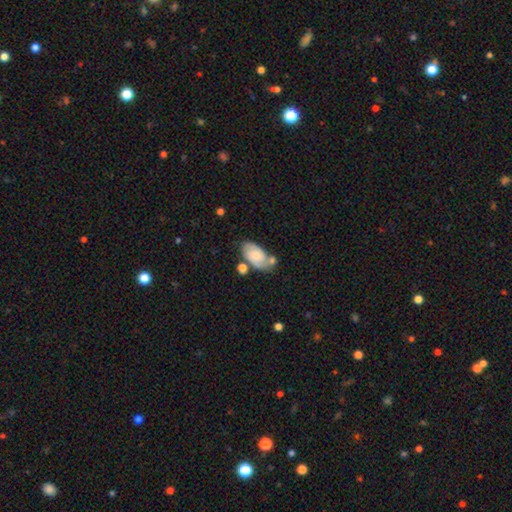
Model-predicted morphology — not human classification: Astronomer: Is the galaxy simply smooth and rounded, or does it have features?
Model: featured or disk — 54% (runner-up: smooth, 39%).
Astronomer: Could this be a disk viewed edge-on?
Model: no — 95%.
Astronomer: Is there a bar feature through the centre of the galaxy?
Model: no — 75%.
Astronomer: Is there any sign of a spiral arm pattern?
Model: yes — 83%.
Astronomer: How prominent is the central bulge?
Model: small — 54% (runner-up: moderate, 36%).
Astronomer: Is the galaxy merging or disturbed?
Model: none — 49% (runner-up: merger, 24%).